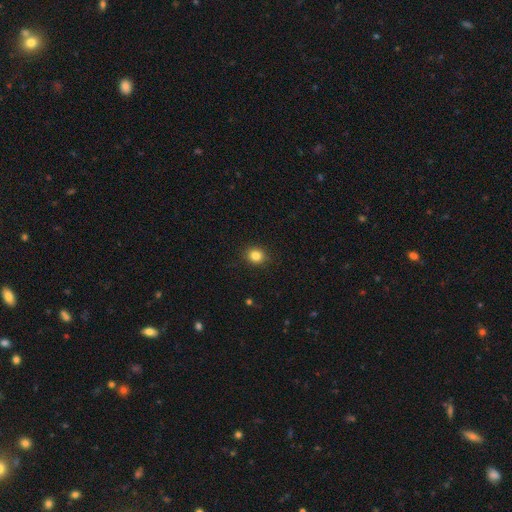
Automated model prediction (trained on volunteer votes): smooth 84%, star or artifact 11%, featured or disk 5%. Down the decision tree: how rounded — round (78%); merging — none (89%).